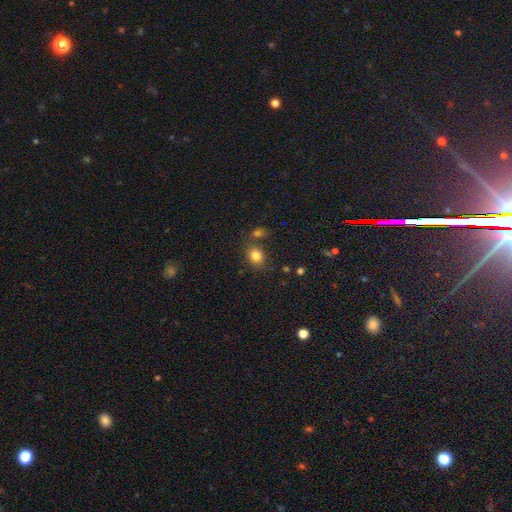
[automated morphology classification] Overall: smooth (81%). How rounded: round (59%; in between 40%). Merging: none (69%).